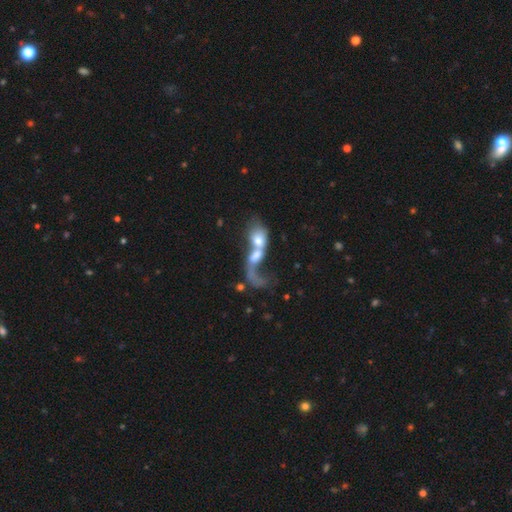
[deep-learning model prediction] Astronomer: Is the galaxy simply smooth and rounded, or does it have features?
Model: smooth — 47% (runner-up: featured or disk, 44%).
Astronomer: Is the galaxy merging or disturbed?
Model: merger — 77%.